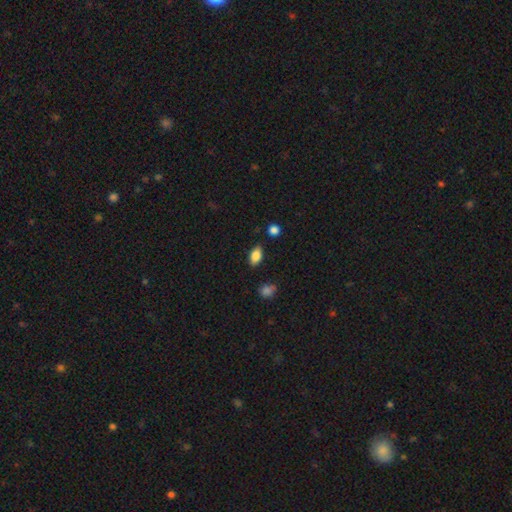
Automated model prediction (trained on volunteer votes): A smooth galaxy with no disk features (85%) that is in between round and cigar-shaped (89%).

Vote fractions:
- Smooth or featured? smooth: 85% / star or artifact: 8% / featured or disk: 7%
- How rounded? in between: 89% / round: 8% / cigar-shaped: 4%
- Merging? none: 82% / minor disturbance: 13% / major disturbance: 3% / merger: 3%